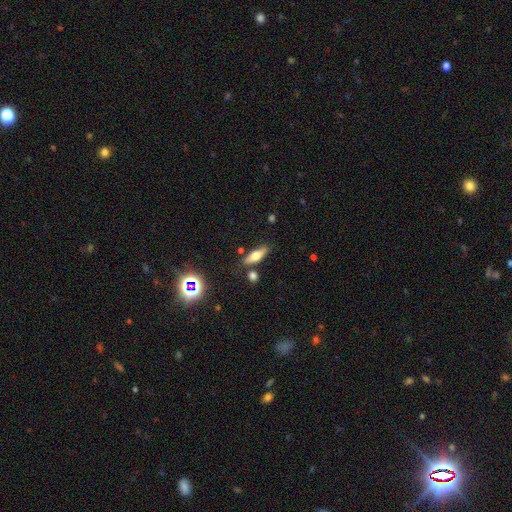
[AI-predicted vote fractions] This is possibly a smooth galaxy (59%). How rounded: possibly in between (54%). Merging: likely none (77%).